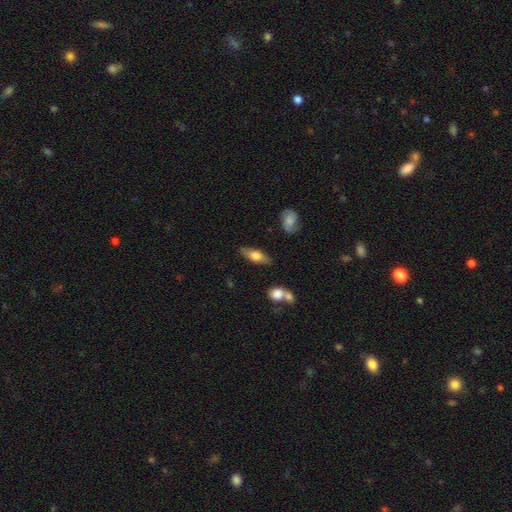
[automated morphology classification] Smooth or featured: smooth — 60% (featured or disk — 34%)
How rounded: in between — 63% (cigar-shaped — 33%)
Merging: none — 82% (minor disturbance — 12%)